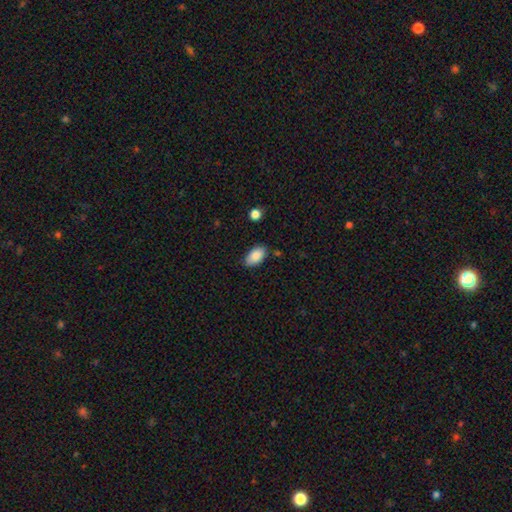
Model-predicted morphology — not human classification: The model was most divided on "merging": none: 79%, minor disturbance: 15%, major disturbance: 3%, merger: 3%. More confident: how rounded — in between (94%); smooth or featured — smooth (87%).